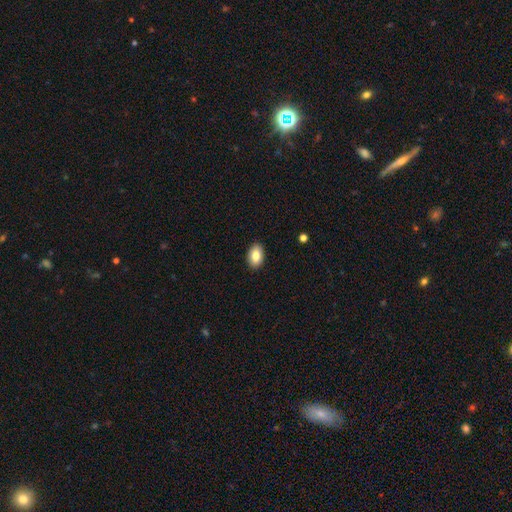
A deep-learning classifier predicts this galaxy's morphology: Smooth or featured: smooth — 85% (featured or disk — 8%)
How rounded: in between — 90% (round — 9%)
Merging: none — 90% (minor disturbance — 7%)